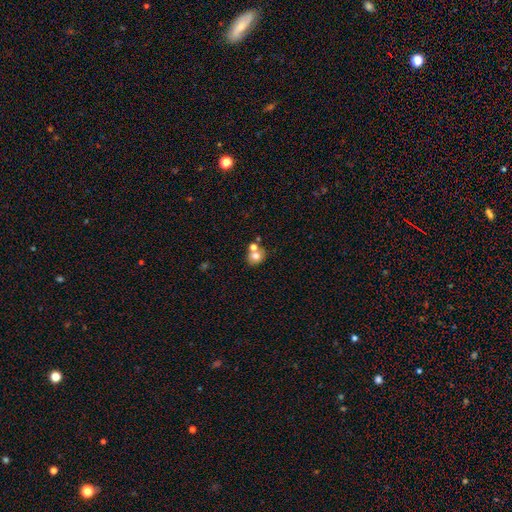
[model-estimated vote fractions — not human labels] Morphology: type=smooth (72%); roundness=round (66%); merging=none (52%).